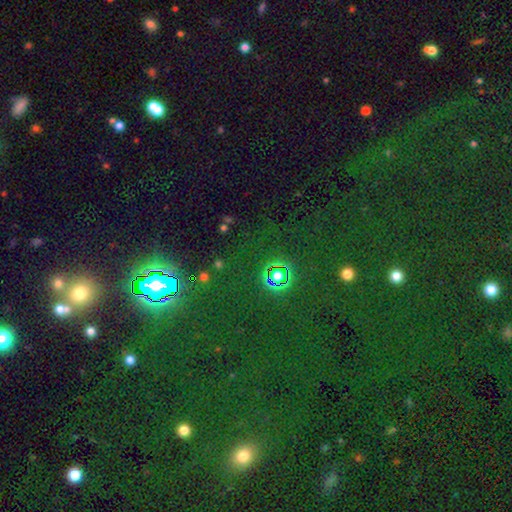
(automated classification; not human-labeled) A star or artifact, not a galaxy (74%).